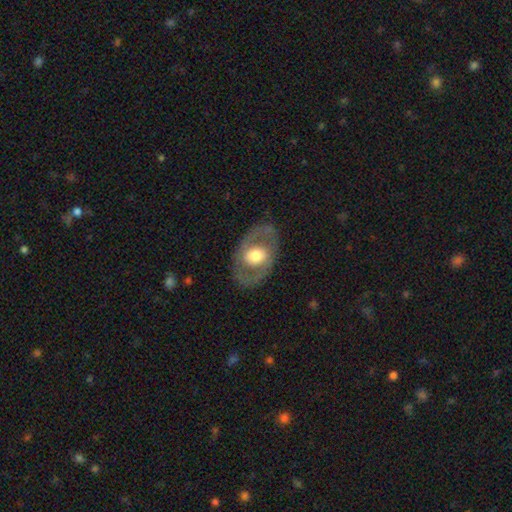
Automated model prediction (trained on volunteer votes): Overall: featured or disk (61%; smooth 33%). Edge-on disk: no (92%). Bar: no (70%). Spiral arms: no (67%; yes 33%). Bulge size: moderate (53%; large 37%). Merging: none (79%).